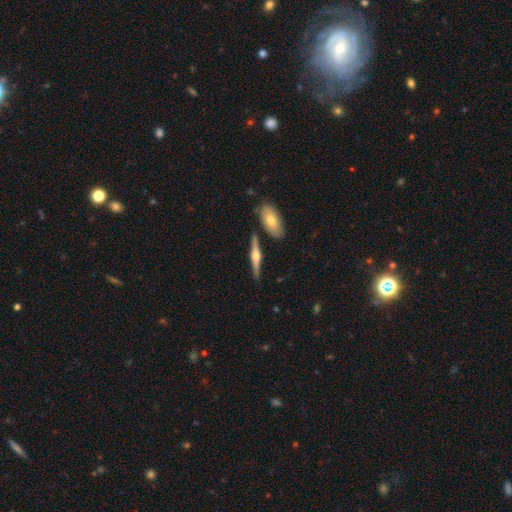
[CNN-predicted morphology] This appears to be a featured or disk galaxy (69%) viewed edge-on (97%) with a rounded central bulge (91%). Merging: none (84%).